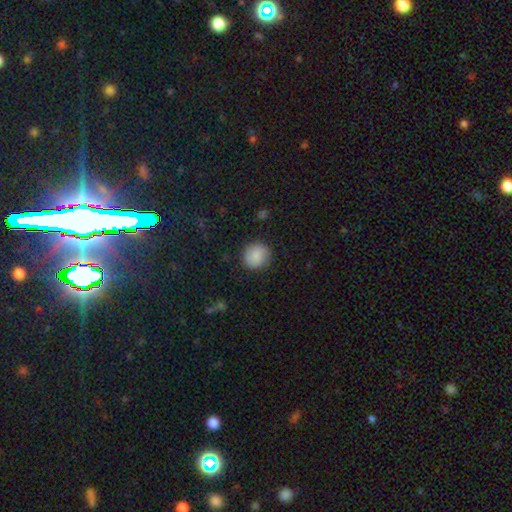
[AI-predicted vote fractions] smooth_or_featured: smooth (p=0.84) [alt: featured or disk p=0.09]
how_rounded: round (p=0.92) [alt: in between p=0.07]
merging: none (p=0.88) [alt: minor disturbance p=0.09]